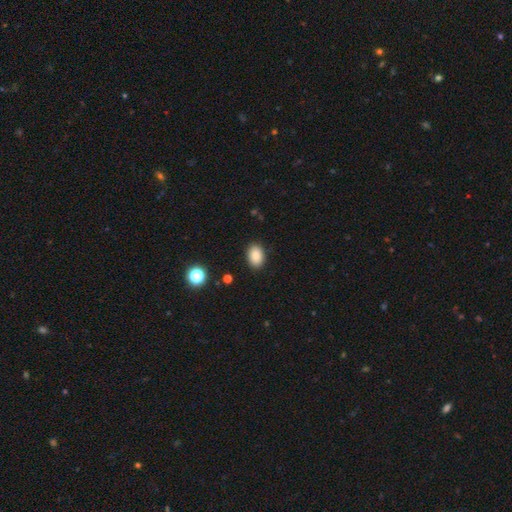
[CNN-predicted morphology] smooth 87%, star or artifact 9%, featured or disk 4%. Down the decision tree: how rounded — in between (83%); merging — none (89%).